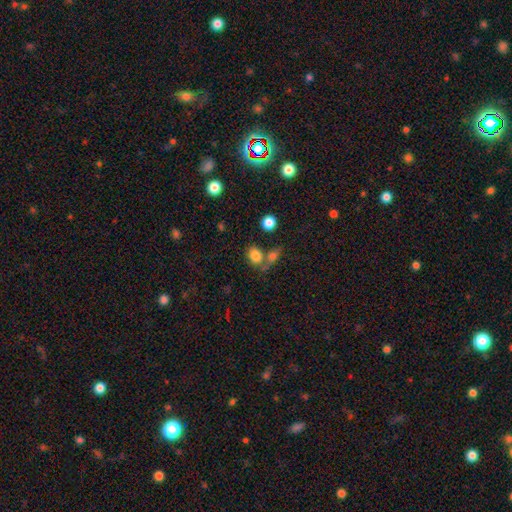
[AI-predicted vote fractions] Overall: smooth (79%). How rounded: in between (69%). Merging: none (47%; merger 36%).